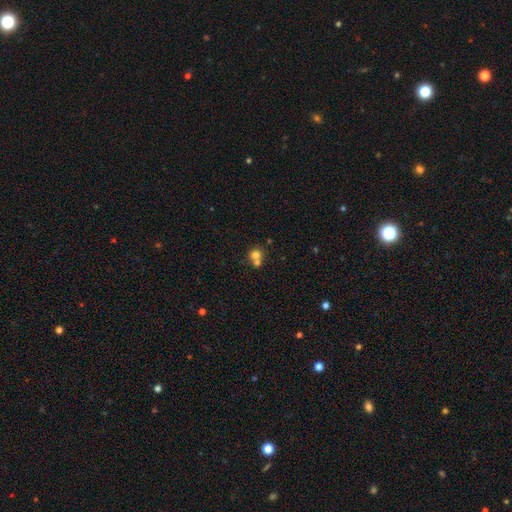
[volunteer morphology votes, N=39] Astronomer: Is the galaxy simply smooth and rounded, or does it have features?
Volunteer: smooth — 77%.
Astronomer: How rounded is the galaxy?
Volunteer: round — 73%.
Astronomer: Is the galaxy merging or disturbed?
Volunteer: merger — 60%.